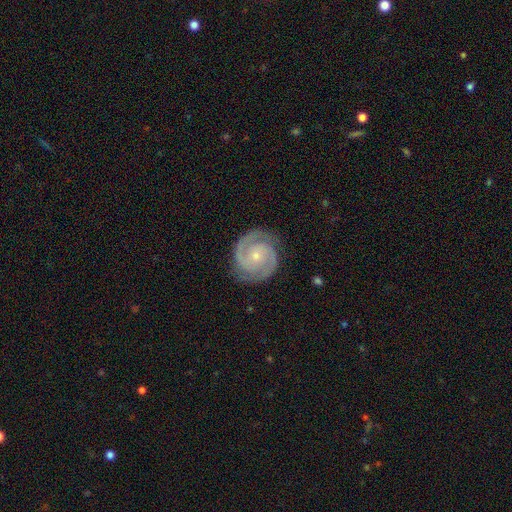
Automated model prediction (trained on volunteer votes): This is clearly a featured or disk galaxy (91%). It is clearly not viewed edge-on (98%). Bar: likely no (68%). Spiral arm pattern: clearly yes (98%). Spiral arm count: clearly 2 (90%). Spiral winding: likely tight (63%). Central bulge: likely small (70%). Merging: clearly none (85%).